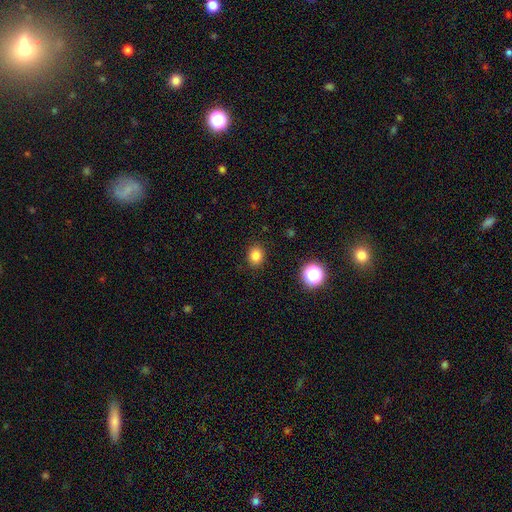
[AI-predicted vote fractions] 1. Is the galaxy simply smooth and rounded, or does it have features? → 82% smooth, 13% star or artifact, 5% featured or disk.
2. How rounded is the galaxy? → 71% round, 28% in between, 1% cigar-shaped.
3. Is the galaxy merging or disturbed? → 89% none, 7% minor disturbance, 2% major disturbance, 1% merger.